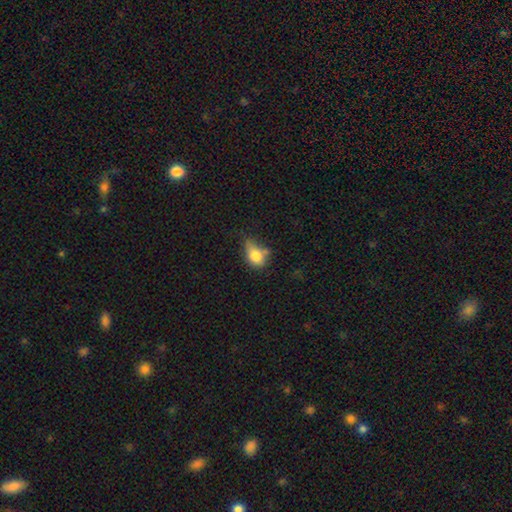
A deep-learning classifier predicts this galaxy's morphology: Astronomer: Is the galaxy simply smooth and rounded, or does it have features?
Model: smooth — 76%.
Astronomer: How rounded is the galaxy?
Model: in between — 69%.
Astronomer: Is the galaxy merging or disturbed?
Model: minor disturbance — 37% (runner-up: none, 32%).